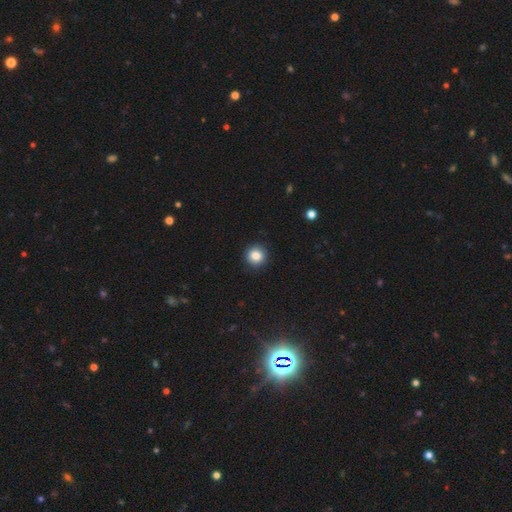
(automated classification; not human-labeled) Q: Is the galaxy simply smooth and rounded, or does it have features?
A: smooth — 86%.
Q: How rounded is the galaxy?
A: round — 93%.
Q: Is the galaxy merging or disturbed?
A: none — 92%.